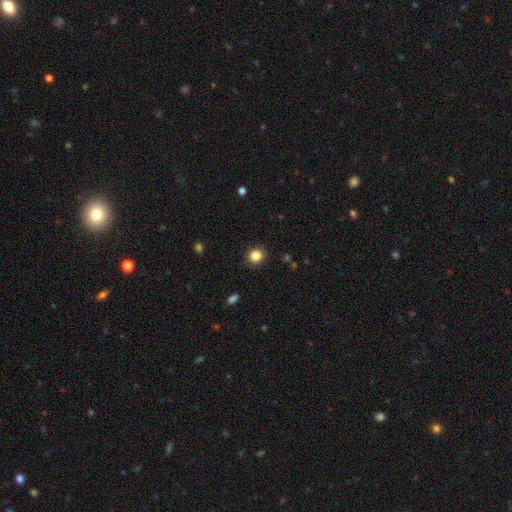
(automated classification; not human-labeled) Overall: smooth (85%). How rounded: round (88%). Merging: none (91%).